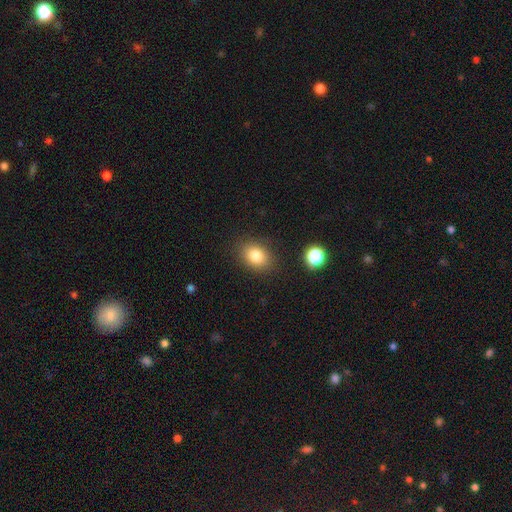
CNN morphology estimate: A smooth galaxy with no disk features (83%) that is in between round and cigar-shaped (62%). Merging: none (85%).